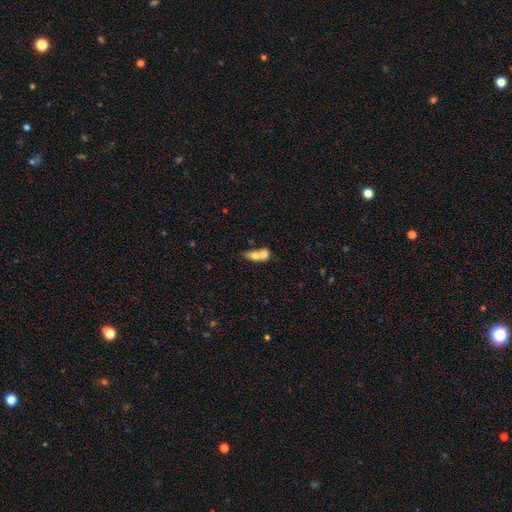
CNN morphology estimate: A smooth galaxy with no disk features (69%) that is in between round and cigar-shaped (65%). Merging: merger (76%).